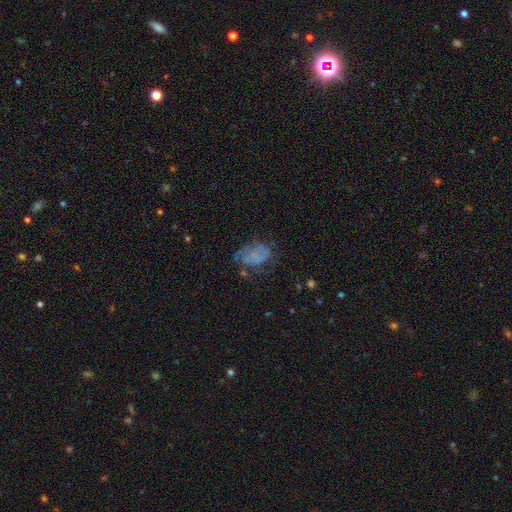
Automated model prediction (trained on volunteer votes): Morphology: type=featured or disk (46%); merging=none (41%).